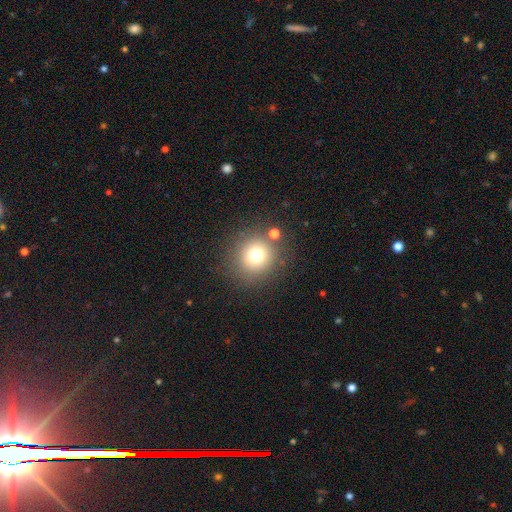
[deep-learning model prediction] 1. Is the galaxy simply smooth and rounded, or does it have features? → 73% smooth, 17% star or artifact, 10% featured or disk.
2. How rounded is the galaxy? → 92% round, 7% in between, 1% cigar-shaped.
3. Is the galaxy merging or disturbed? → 84% none, 8% minor disturbance, 6% merger, 3% major disturbance.